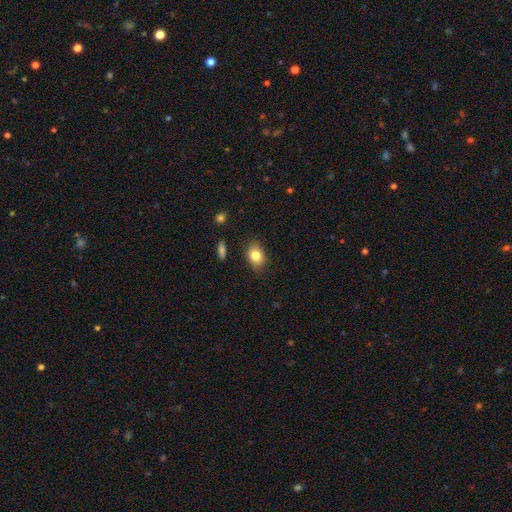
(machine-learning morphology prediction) Smooth or featured? smooth (83%)
How rounded? in between (73%)
Merging? none (85%)